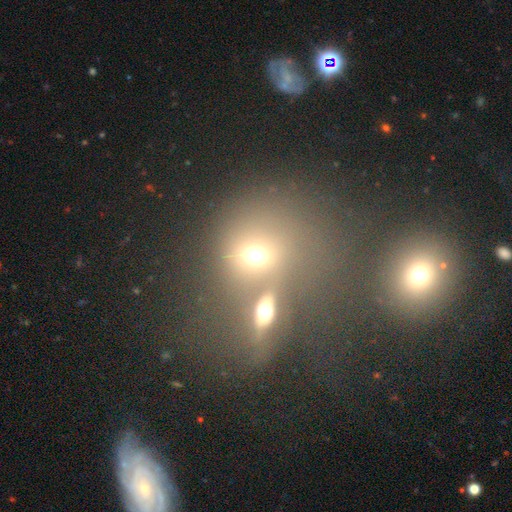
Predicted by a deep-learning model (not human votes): A smooth galaxy with no disk features (60%) that is round (65%). Merging: merger (52%).